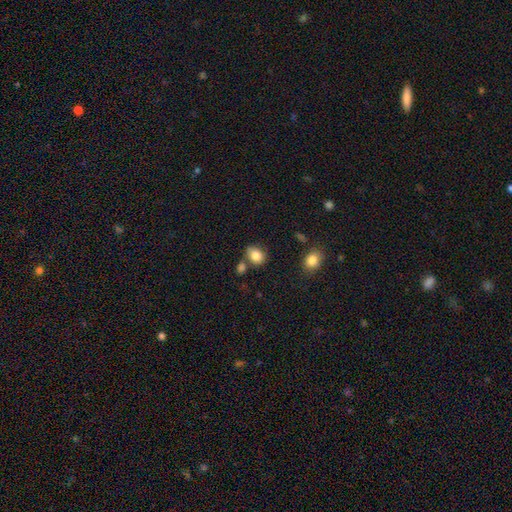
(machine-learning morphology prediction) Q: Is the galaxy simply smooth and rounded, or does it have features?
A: smooth — 84%.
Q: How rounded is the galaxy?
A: in between — 52%.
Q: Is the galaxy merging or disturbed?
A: none — 64%.